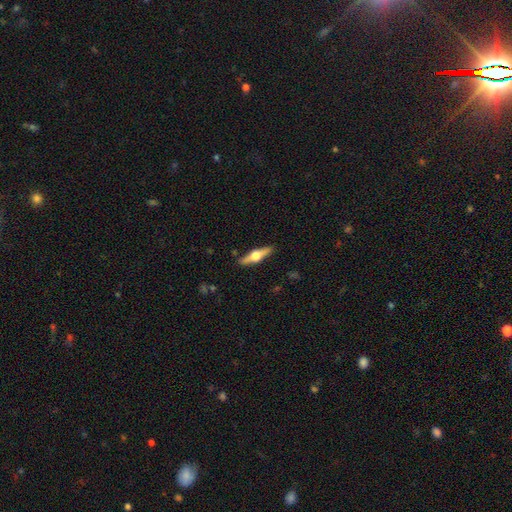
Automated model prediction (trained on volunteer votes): smooth-or-featured: featured or disk: 69% | smooth: 26% | star or artifact: 5%
  disk-edge-on: yes: 97% | no: 3%
    edge-on-bulge: rounded: 96% | boxy: 3% | none: 1%
  merging: none: 89% | minor disturbance: 8% | major disturbance: 2% | merger: 1%